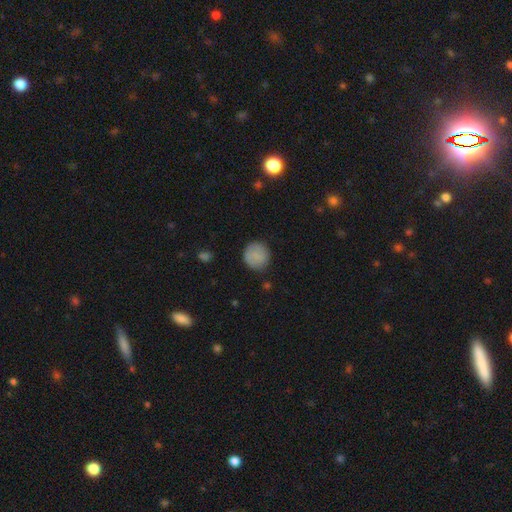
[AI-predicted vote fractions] smooth 84%, featured or disk 9%, star or artifact 7%. Down the decision tree: how rounded — round (92%); merging — none (85%).